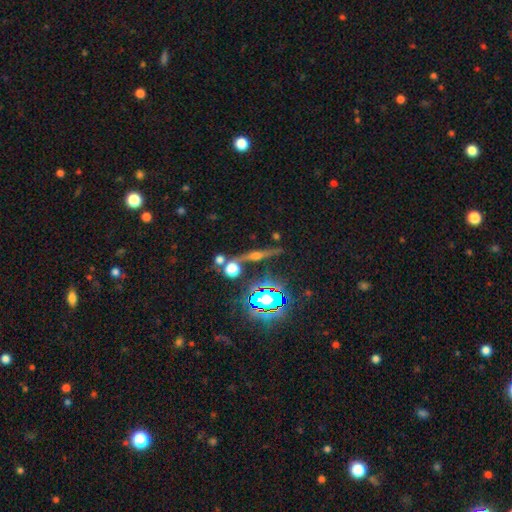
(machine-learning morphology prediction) A featured or disk galaxy (58%) viewed edge-on (90%) with a rounded central bulge (88%).

Vote fractions:
- Smooth or featured? featured or disk: 58% / star or artifact: 22% / smooth: 19%
- Edge-on disk? yes: 90% / no: 10%
- Edge-on bulge? rounded: 88% / boxy: 7% / none: 5%
- Merging? none: 76% / minor disturbance: 11% / merger: 8% / major disturbance: 5%